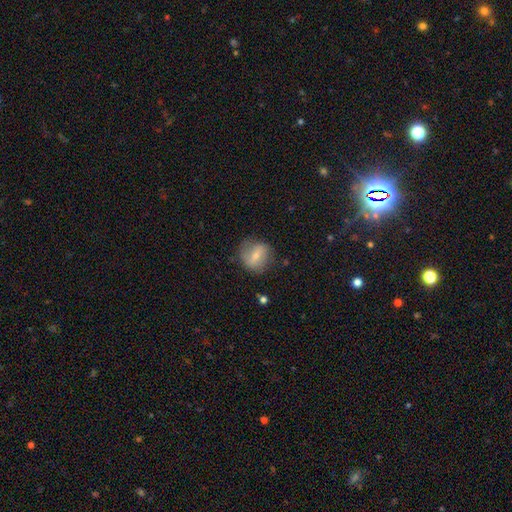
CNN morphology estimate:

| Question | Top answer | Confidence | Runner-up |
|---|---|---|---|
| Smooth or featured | smooth | 58% | featured or disk (34%) |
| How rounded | round | 76% | in between (22%) |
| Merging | none | 68% | minor disturbance (22%) |